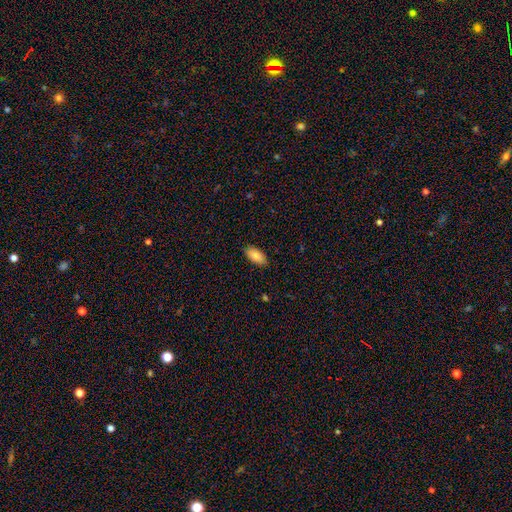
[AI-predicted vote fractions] Smooth or featured? smooth (86%)
How rounded? in between (91%)
Merging? none (88%)